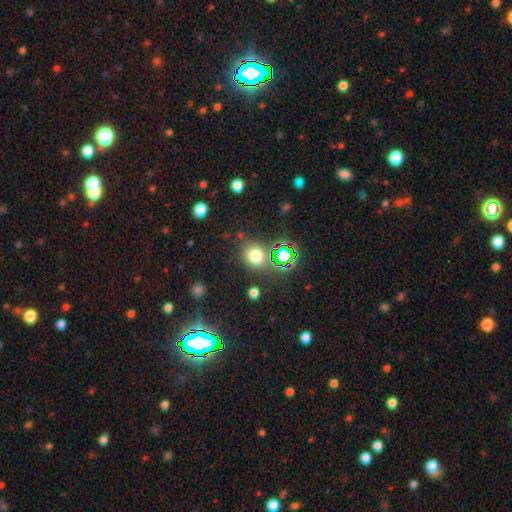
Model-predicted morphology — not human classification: A smooth galaxy with no disk features (68%) that is round (78%).

Vote fractions:
- Smooth or featured? smooth: 68% / star or artifact: 24% / featured or disk: 8%
- How rounded? round: 78% / in between: 21% / cigar-shaped: 1%
- Merging? none: 76% / minor disturbance: 11% / merger: 8% / major disturbance: 5%